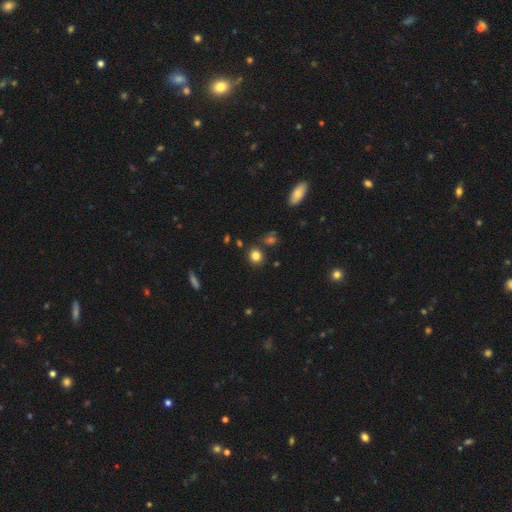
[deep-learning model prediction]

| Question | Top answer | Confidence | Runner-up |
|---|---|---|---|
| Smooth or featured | smooth | 83% | star or artifact (12%) |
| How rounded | round | 80% | in between (18%) |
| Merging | none | 84% | minor disturbance (8%) |